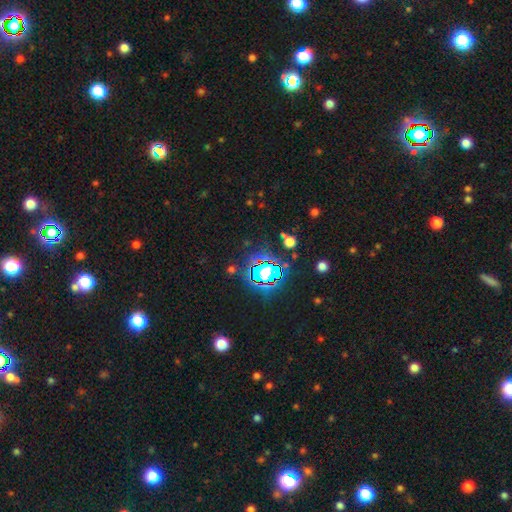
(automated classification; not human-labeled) The model was most divided on "smooth or featured": star or artifact: 83%, smooth: 11%, featured or disk: 7%.